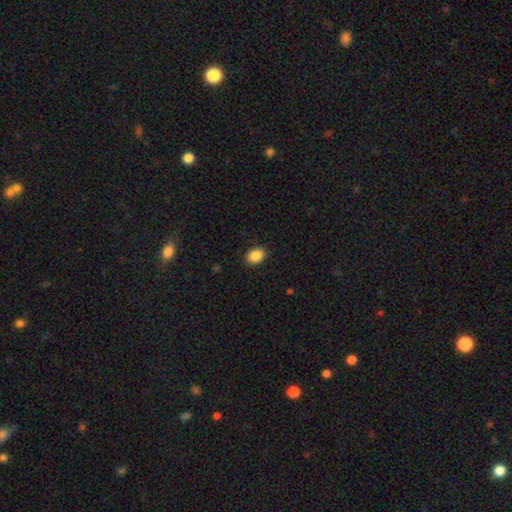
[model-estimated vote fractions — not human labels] Smooth or featured? smooth (89%)
How rounded? in between (77%)
Merging? none (89%)